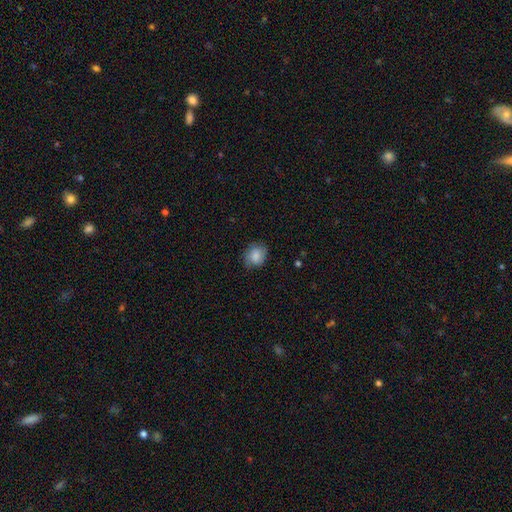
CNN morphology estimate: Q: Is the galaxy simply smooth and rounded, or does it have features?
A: smooth — 78%.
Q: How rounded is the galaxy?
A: round — 55%.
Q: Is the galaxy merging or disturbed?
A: none — 76%.